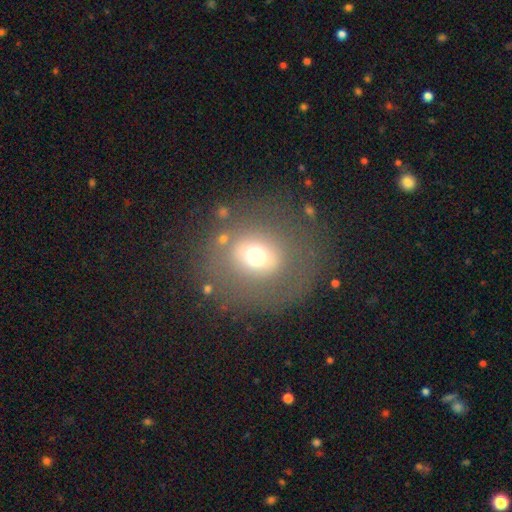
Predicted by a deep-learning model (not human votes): A smooth galaxy with no disk features (62%) that is round (78%). Merging: none (73%).